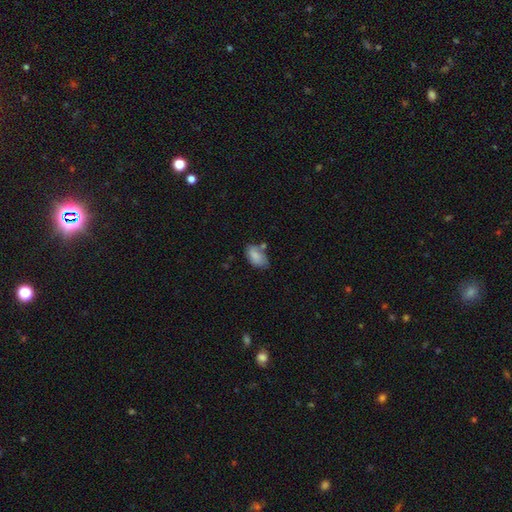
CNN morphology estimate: smooth-or-featured: smooth: 78% | featured or disk: 14% | star or artifact: 8%
  how-rounded: in between: 92% | round: 6% | cigar-shaped: 2%
  merging: none: 47% | minor disturbance: 31% | merger: 14% | major disturbance: 8%